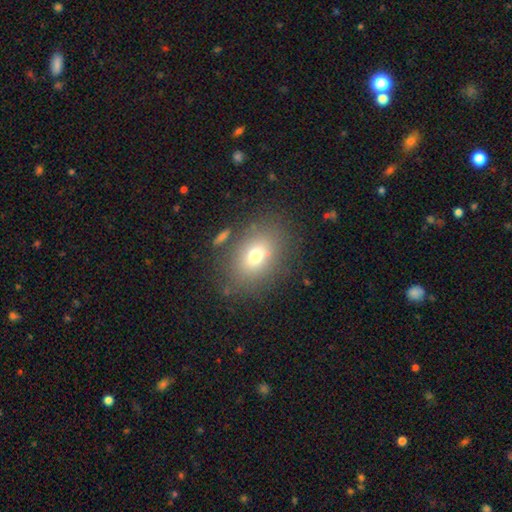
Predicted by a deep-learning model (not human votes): The model was most divided on "how rounded": in between: 72%, round: 27%, cigar-shaped: 2%. More confident: merging — none (79%); smooth or featured — smooth (71%).